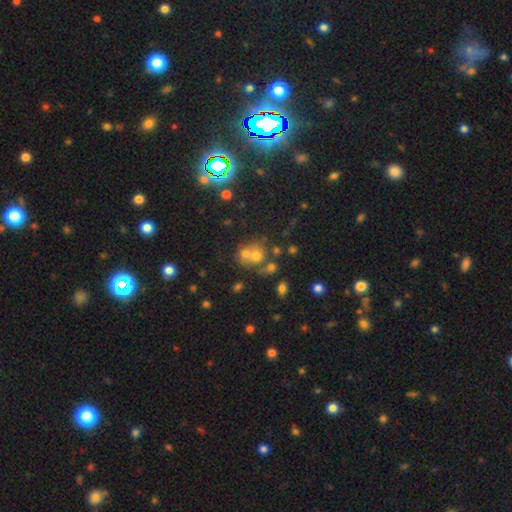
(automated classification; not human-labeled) smooth_or_featured: smooth (p=0.58) [alt: star or artifact p=0.24]
how_rounded: round (p=0.77) [alt: in between p=0.22]
merging: merger (p=0.47) [alt: none p=0.40]